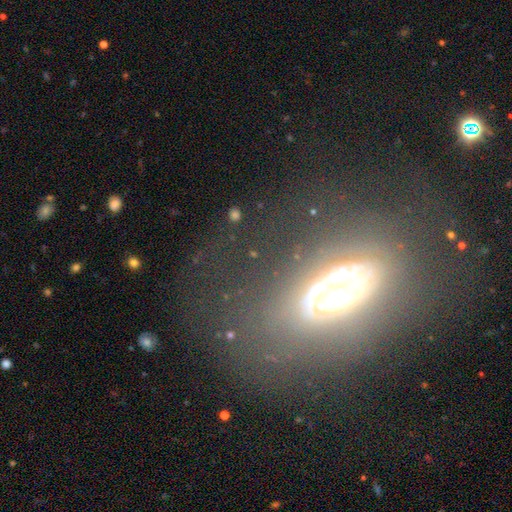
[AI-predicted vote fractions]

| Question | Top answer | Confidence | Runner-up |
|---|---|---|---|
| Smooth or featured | featured or disk | 61% | smooth (26%) |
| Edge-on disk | no | 85% | yes (15%) |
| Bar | no | 76% | weak (15%) |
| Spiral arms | no | 54% | yes (46%) |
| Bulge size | moderate | 39% | large (26%) |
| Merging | none | 60% | major disturbance (20%) |